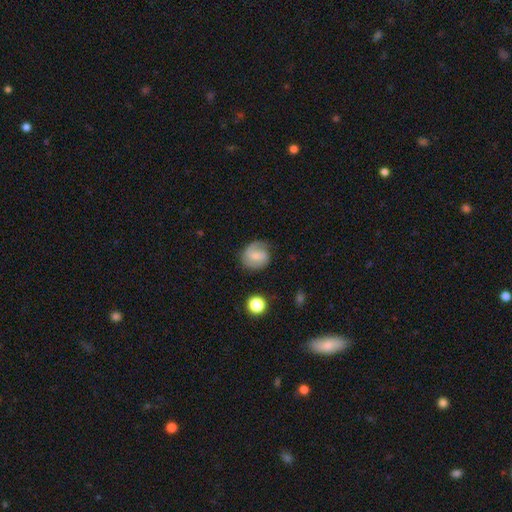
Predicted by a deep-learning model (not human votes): Morphology: type=featured or disk (57%); edge-on=no (97%); bar=no (46%); spiral arms=yes (90%); bulge=small (57%); merging=none (74%).